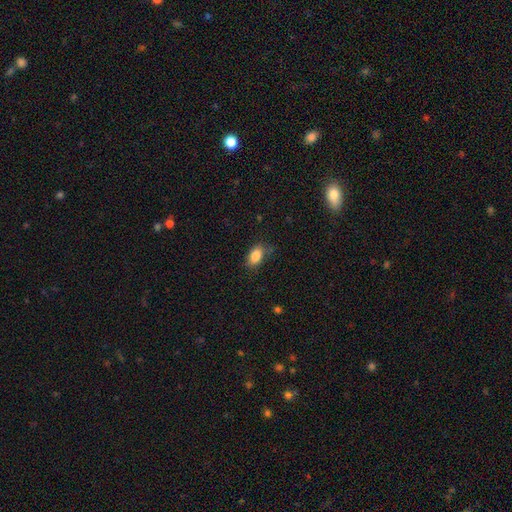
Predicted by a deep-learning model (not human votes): Overall: smooth (85%). How rounded: in between (88%). Merging: none (75%).